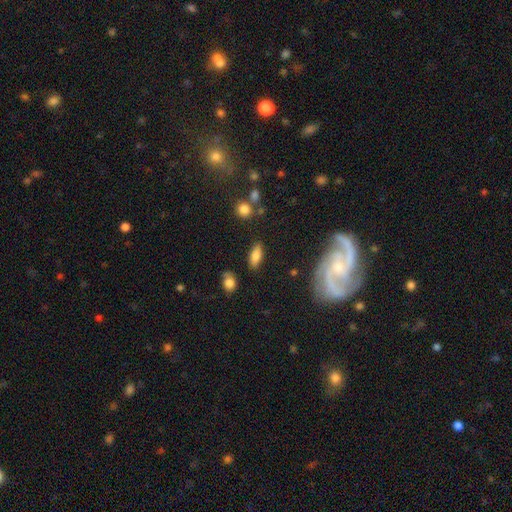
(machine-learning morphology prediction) Smooth or featured: smooth — 79% (featured or disk — 12%)
How rounded: in between — 80% (cigar-shaped — 16%)
Merging: none — 80% (minor disturbance — 13%)